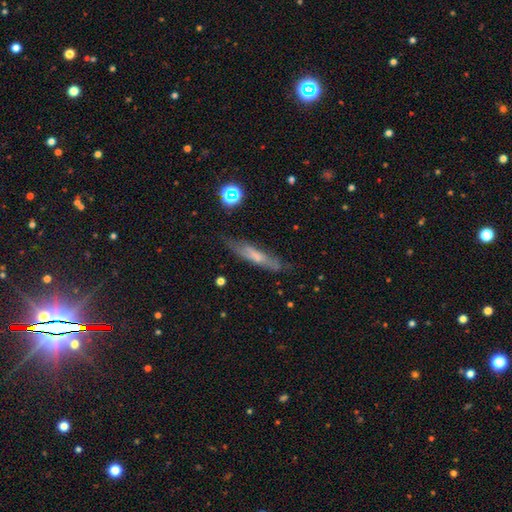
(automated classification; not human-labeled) Smooth or featured?
  - smooth: 45% * (tied)
  - featured or disk: 45% * (tied)
  - star or artifact: 10%
Merging?
  - none: 71% *
  - minor disturbance: 20%
  - major disturbance: 6%
  - merger: 2%